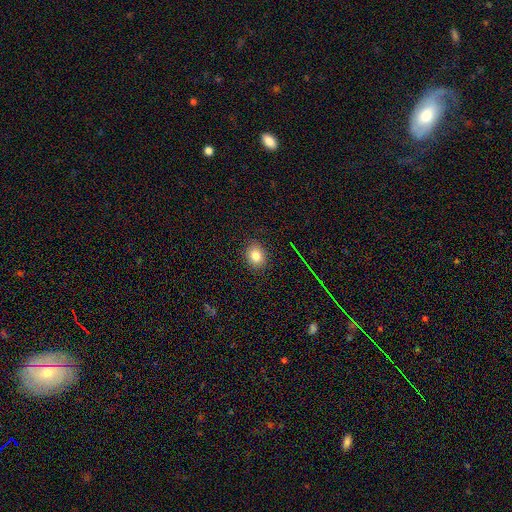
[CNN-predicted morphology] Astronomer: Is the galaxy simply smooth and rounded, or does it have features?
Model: smooth — 81%.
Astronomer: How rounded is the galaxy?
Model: round — 58% (runner-up: in between, 41%).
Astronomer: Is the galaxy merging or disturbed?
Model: none — 88%.